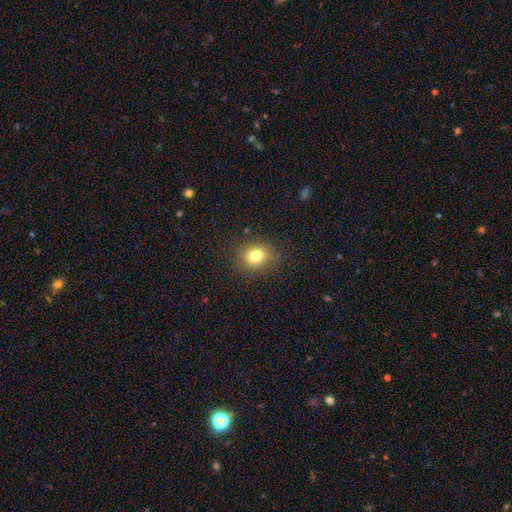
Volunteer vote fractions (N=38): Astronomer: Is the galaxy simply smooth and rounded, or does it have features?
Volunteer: smooth — 89%.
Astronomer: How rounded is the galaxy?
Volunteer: round — 50%, tied with in between at 50%.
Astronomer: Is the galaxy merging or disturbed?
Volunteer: none — 69%.